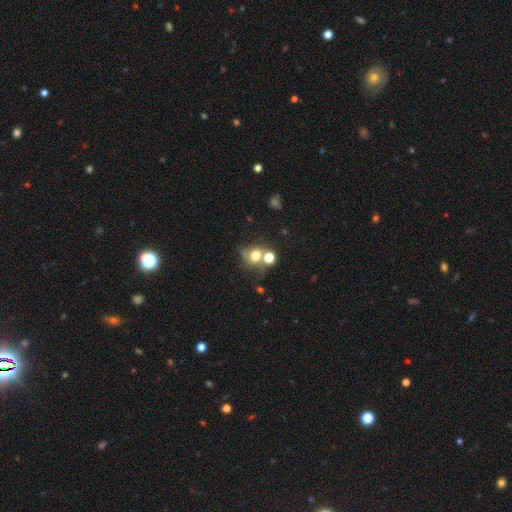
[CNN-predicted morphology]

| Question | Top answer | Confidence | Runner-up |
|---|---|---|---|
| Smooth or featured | smooth | 65% | featured or disk (18%) |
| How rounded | round | 67% | in between (31%) |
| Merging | none | 40% | merger (35%) |